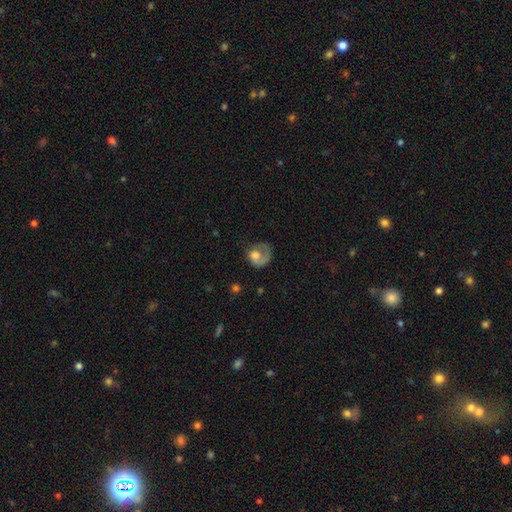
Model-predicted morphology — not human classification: type=smooth (51%); roundness=round (65%); merging=major disturbance (40%).